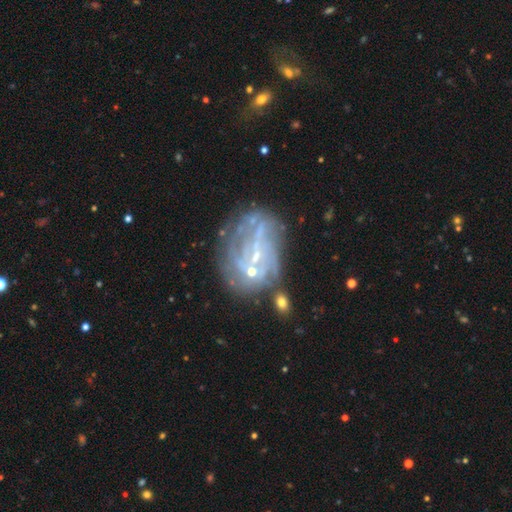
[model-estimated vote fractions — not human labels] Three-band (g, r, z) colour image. It shows a featured or disk galaxy (70%) with no bar (50%), spiral arms (52%) and a small central bulge (55%). Merging: none (41%).